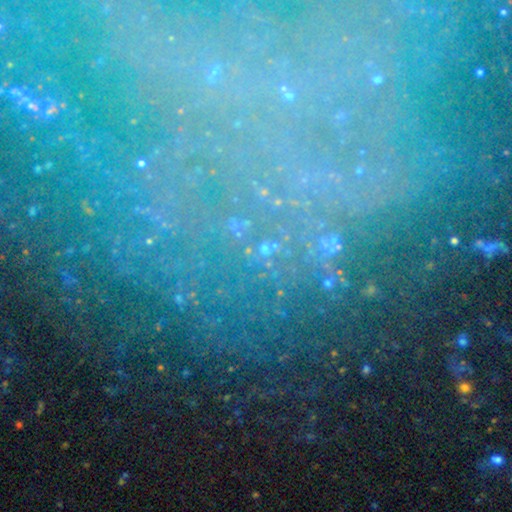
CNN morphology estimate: Smooth or featured?
  - star or artifact: 64% *
  - featured or disk: 20%
  - smooth: 16%